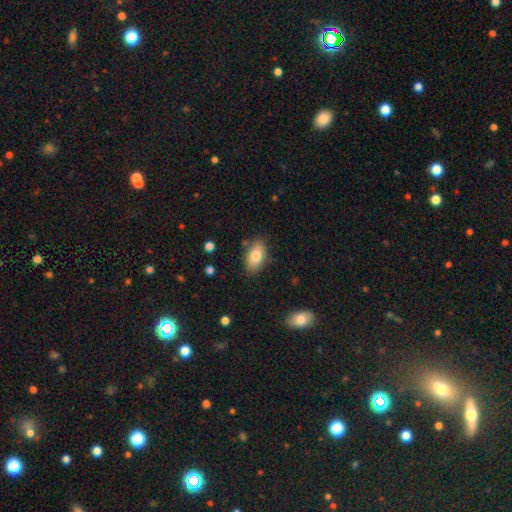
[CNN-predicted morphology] A smooth galaxy with no disk features (79%) that is in between round and cigar-shaped (91%). Merging: none (83%).